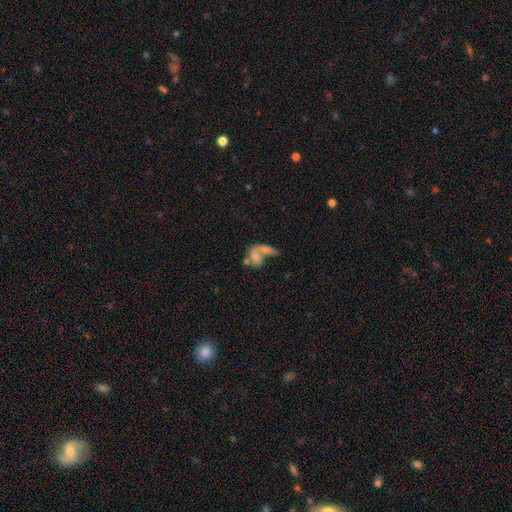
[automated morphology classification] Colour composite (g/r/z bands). It shows a smooth galaxy with no disk features (56%) that is in between round and cigar-shaped (75%). Merging: merger (58%).